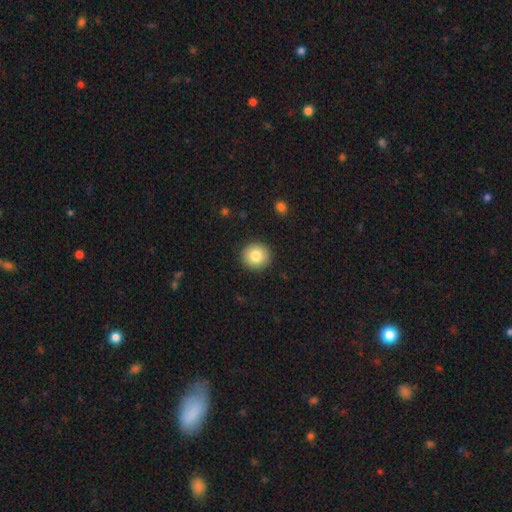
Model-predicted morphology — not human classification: A smooth galaxy with no disk features (82%) that is round (93%). Merging: none (92%).